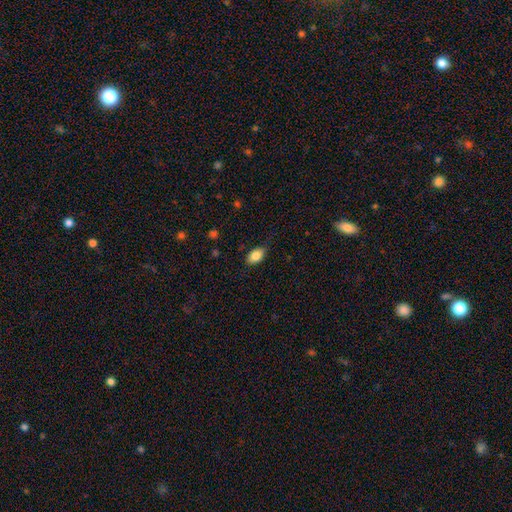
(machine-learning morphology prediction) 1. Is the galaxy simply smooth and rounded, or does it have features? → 84% smooth, 9% featured or disk, 8% star or artifact.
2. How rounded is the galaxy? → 88% in between, 10% round, 2% cigar-shaped.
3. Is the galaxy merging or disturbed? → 78% none, 17% minor disturbance, 3% major disturbance, 1% merger.